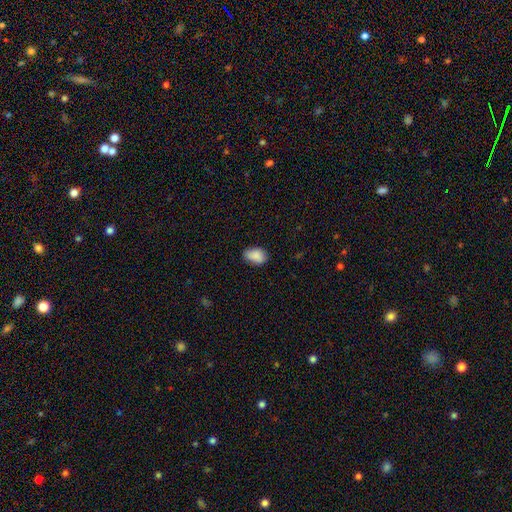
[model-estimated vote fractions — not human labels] Smooth or featured? smooth (88%)
How rounded? in between (86%)
Merging? none (74%)